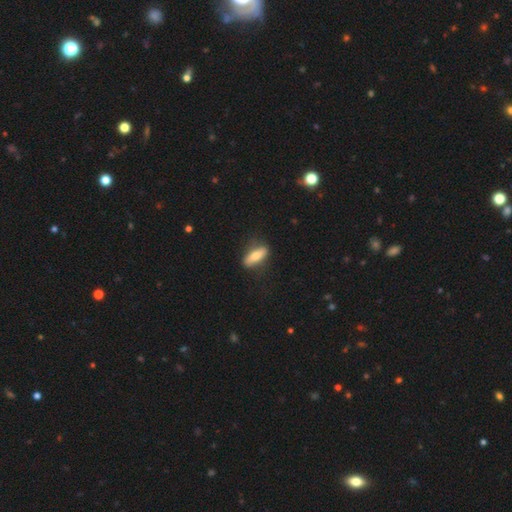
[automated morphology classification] type=smooth (66%); roundness=in between (58%); merging=none (78%).